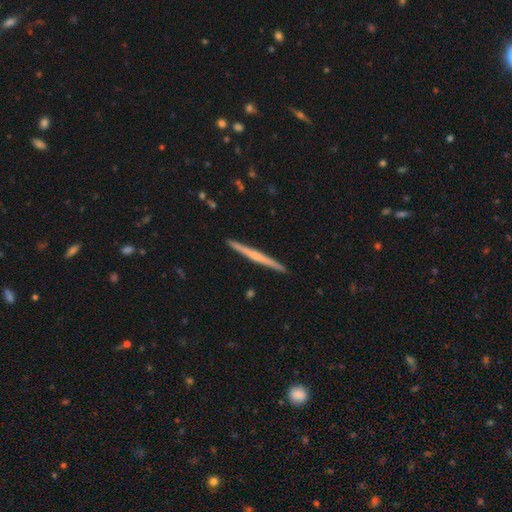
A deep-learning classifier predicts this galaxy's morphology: smooth_or_featured: featured or disk (p=0.61) [alt: smooth p=0.34]
disk_edge_on: yes (p=0.98) [alt: no p=0.02]
edge_on_bulge: none (p=0.53) [alt: rounded p=0.38]
merging: none (p=0.93) [alt: minor disturbance p=0.05]